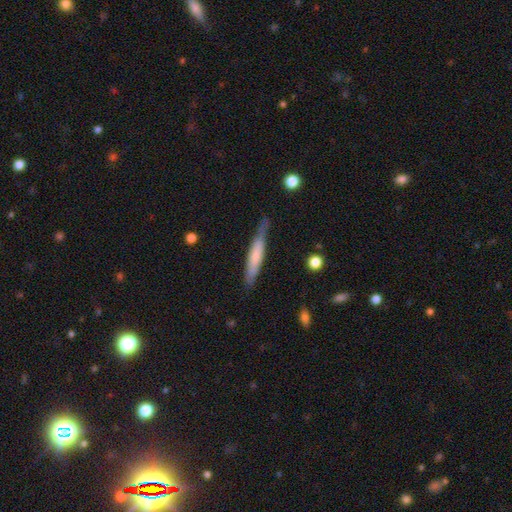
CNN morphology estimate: Smooth or featured?
  - smooth: 59% *
  - featured or disk: 35%
  - star or artifact: 6%
How rounded?
  - cigar-shaped: 92% *
  - in between: 7%
  - round: 1%
Merging?
  - none: 73% *
  - minor disturbance: 21%
  - major disturbance: 4%
  - merger: 2%